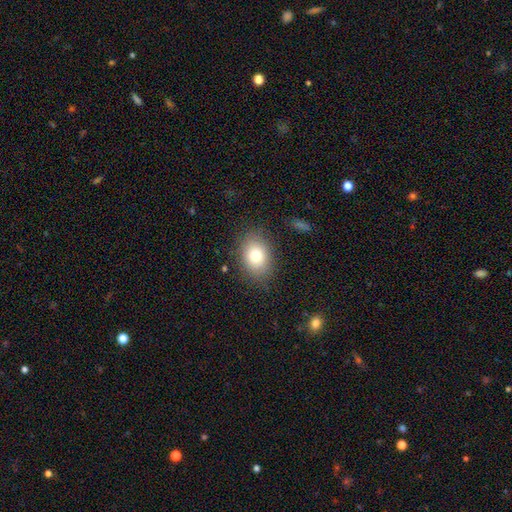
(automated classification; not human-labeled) Overall: smooth (78%). How rounded: in between (72%). Merging: none (84%).